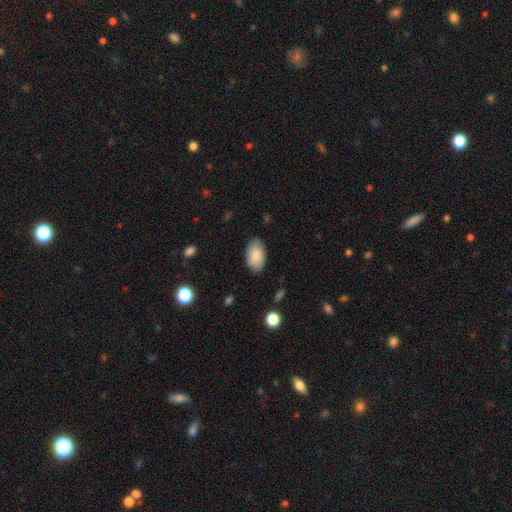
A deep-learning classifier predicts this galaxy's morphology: Smooth or featured: smooth — 87% (featured or disk — 7%)
How rounded: in between — 95% (round — 4%)
Merging: none — 86% (minor disturbance — 11%)